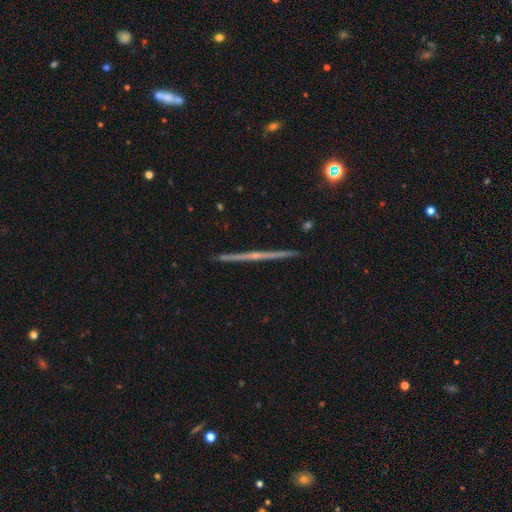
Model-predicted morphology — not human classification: smooth-or-featured: featured or disk: 76% | smooth: 18% | star or artifact: 6%
  disk-edge-on: yes: 99% | no: 1%
    edge-on-bulge: none: 57% | rounded: 37% | boxy: 6%
  merging: none: 93% | minor disturbance: 5% | merger: 1% | major disturbance: 1%